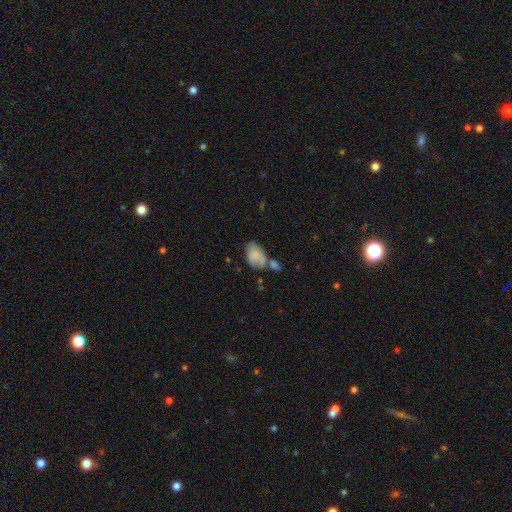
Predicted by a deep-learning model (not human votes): Overall: smooth (75%). How rounded: in between (87%). Merging: merger (33%; none 32%).